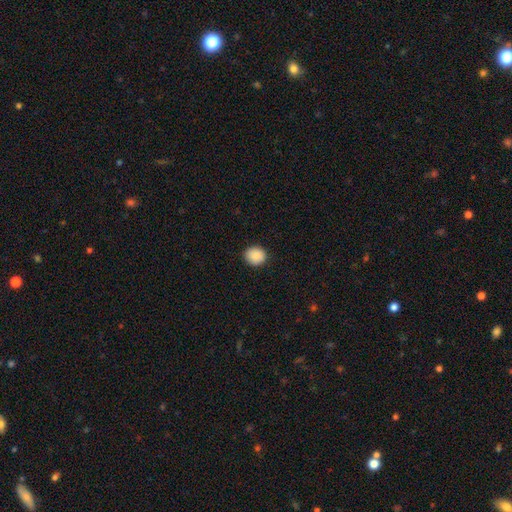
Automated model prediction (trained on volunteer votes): Overall: smooth (89%). How rounded: round (80%). Merging: none (89%).